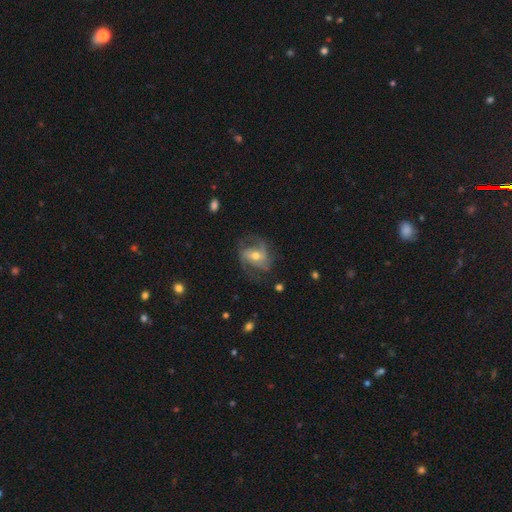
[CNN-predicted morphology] type=featured or disk (76%); edge-on=no (96%); bar=weak (40%); spiral arms=yes (89%); winding=medium (47%); arm count=2 (64%); bulge=moderate (67%); merging=none (61%).